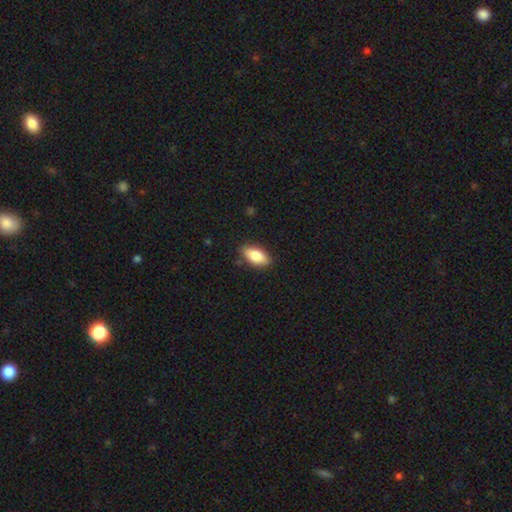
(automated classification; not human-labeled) Smooth or featured? Predicted: smooth (p=0.78). How rounded? Predicted: in between (p=0.87). Merging? Predicted: none (p=0.85).